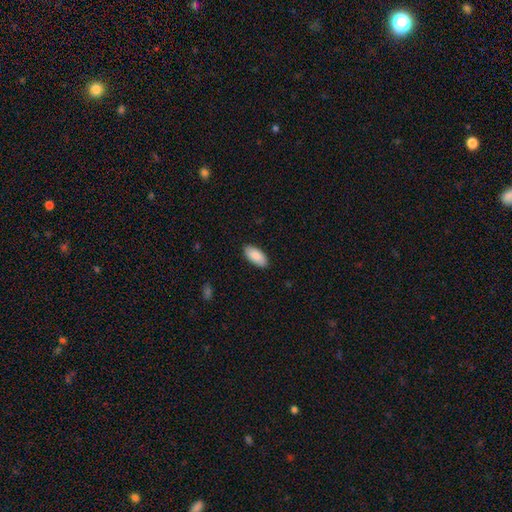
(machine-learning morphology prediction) Smooth or featured: smooth — 89% (star or artifact — 6%)
How rounded: in between — 93% (cigar-shaped — 5%)
Merging: none — 88% (minor disturbance — 9%)